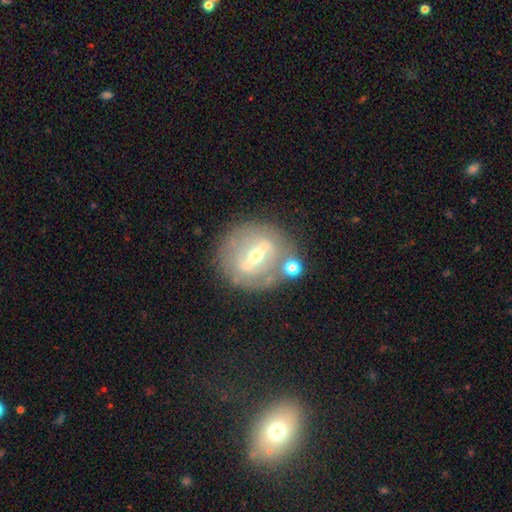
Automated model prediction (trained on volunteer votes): A featured or disk galaxy (73%) with a strong bar (65%), no spiral arms (62%) and a small central bulge (49%).

Vote fractions:
- Smooth or featured? featured or disk: 73% / smooth: 19% / star or artifact: 8%
- Edge-on disk? no: 86% / yes: 14%
- Bar? strong: 65% / weak: 24% / no: 11%
- Spiral arms? no: 62% / yes: 38%
- Bulge size? small: 49% / moderate: 47% / large: 2% / none: 1% / dominant: 1%
- Merging? none: 71% / minor disturbance: 14% / merger: 9% / major disturbance: 7%